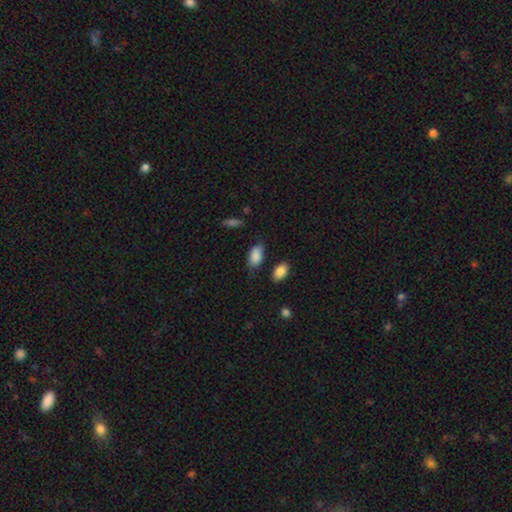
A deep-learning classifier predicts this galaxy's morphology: Smooth or featured?
  - smooth: 86% *
  - featured or disk: 7%
  - star or artifact: 7%
How rounded?
  - in between: 94% *
  - round: 4%
  - cigar-shaped: 2%
Merging?
  - none: 62% *
  - minor disturbance: 26%
  - major disturbance: 7%
  - merger: 4%